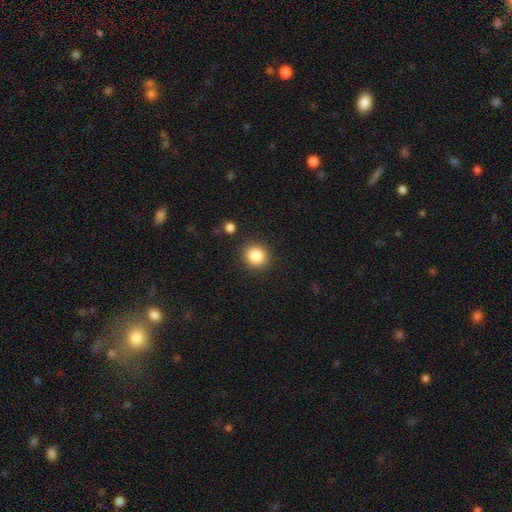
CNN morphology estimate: smooth_or_featured: smooth (p=0.86) [alt: star or artifact p=0.10]
how_rounded: round (p=0.89) [alt: in between p=0.10]
merging: none (p=0.88) [alt: minor disturbance p=0.07]